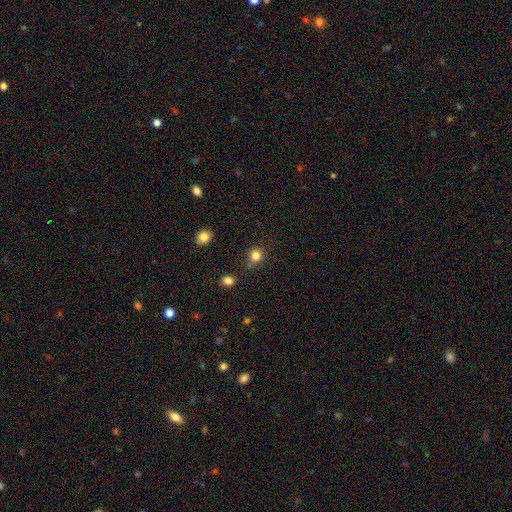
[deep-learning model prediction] Overall: smooth (82%). How rounded: round (89%). Merging: none (82%).